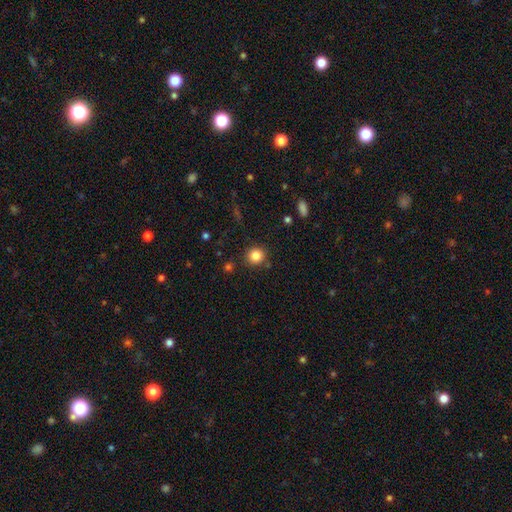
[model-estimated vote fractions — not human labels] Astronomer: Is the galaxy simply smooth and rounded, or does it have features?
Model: smooth — 83%.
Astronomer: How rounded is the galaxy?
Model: round — 90%.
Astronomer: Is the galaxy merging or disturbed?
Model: none — 86%.